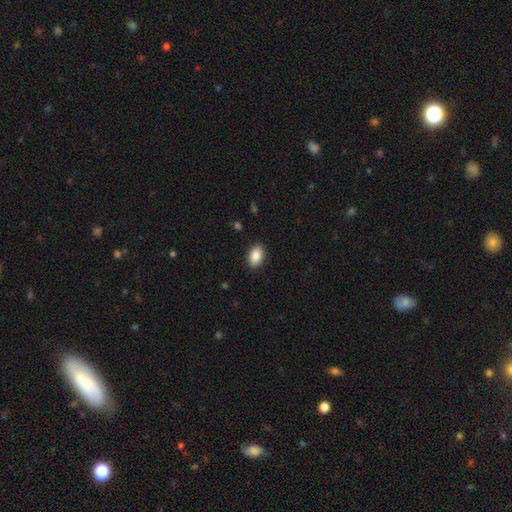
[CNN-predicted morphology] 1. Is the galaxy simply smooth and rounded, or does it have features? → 89% smooth, 7% star or artifact, 4% featured or disk.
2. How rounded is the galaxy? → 91% in between, 7% round, 1% cigar-shaped.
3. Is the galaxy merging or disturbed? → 89% none, 8% minor disturbance, 2% major disturbance, 1% merger.